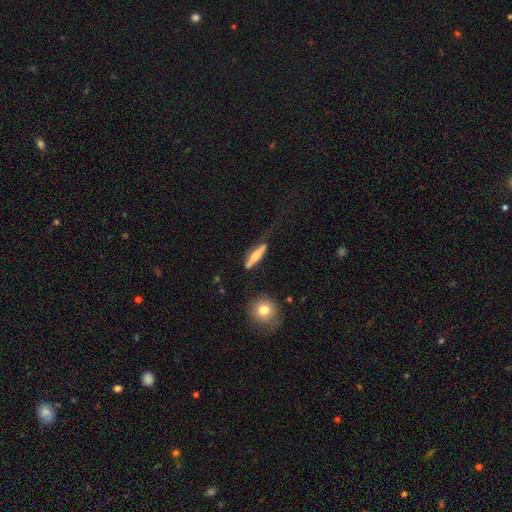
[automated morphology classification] The model was most divided on "smooth or featured": smooth: 56%, featured or disk: 38%, star or artifact: 6%. More confident: how rounded — cigar-shaped (76%); merging — none (56%).